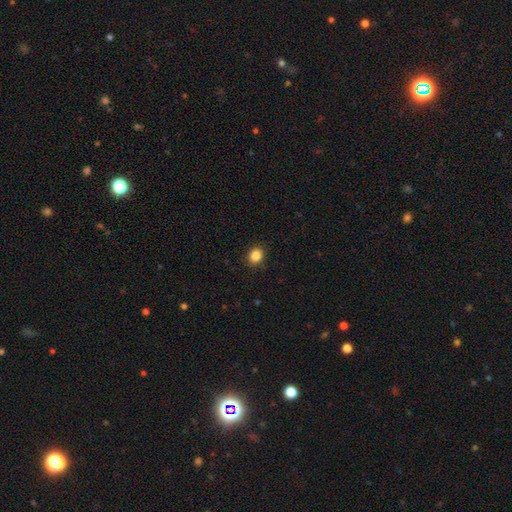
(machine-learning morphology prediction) Smooth or featured: smooth — 85% (star or artifact — 10%)
How rounded: round — 73% (in between — 27%)
Merging: none — 91% (minor disturbance — 7%)